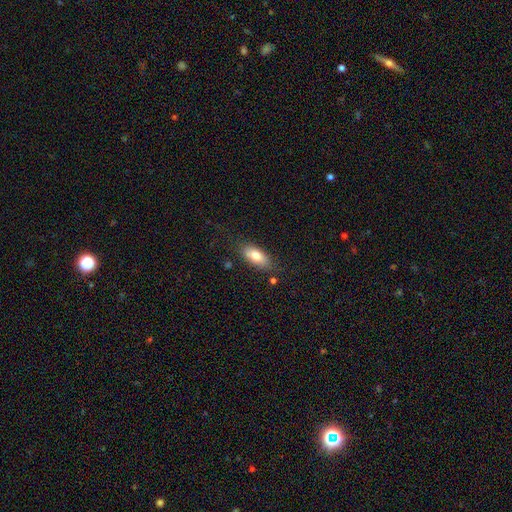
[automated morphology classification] Q: Smooth or featured?
A: smooth (78%); runner-up: featured or disk (15%)
Q: How rounded?
A: in between (85%); runner-up: cigar-shaped (12%)
Q: Merging?
A: none (77%); runner-up: minor disturbance (16%)